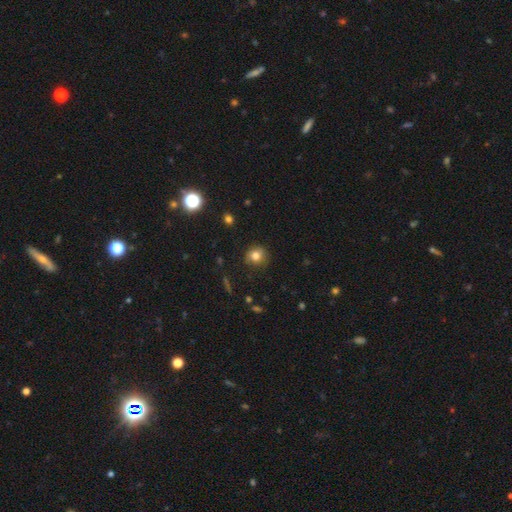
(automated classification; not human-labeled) Smooth or featured: smooth — 79% (star or artifact — 12%)
How rounded: round — 87% (in between — 12%)
Merging: none — 83% (minor disturbance — 13%)